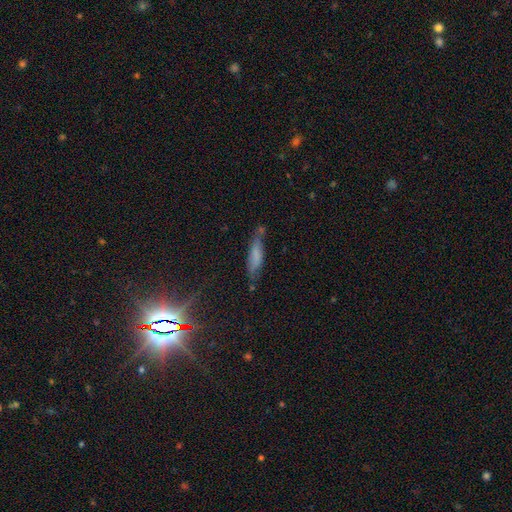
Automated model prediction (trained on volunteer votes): The model was most divided on "merging": none: 58%, minor disturbance: 28%, major disturbance: 8%, merger: 6%. More confident: how rounded — cigar-shaped (72%); smooth or featured — smooth (64%).